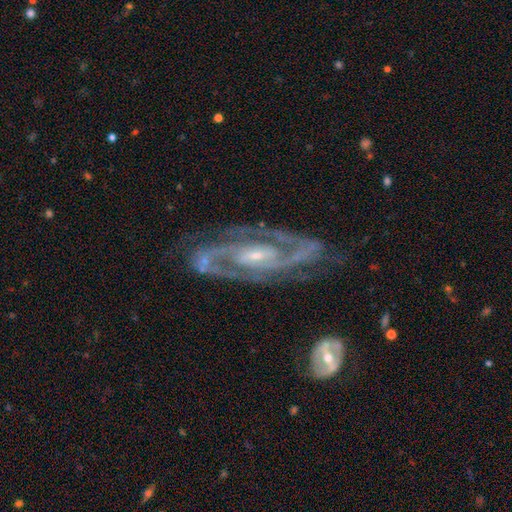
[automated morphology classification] This is clearly a featured or disk galaxy (88%). It is clearly not viewed edge-on (92%). Bar: marginally weak (41%). Spiral arm pattern: clearly yes (96%). Spiral arm count: clearly 2 (85%). Spiral winding: possibly medium (49%). Central bulge: possibly small (50%). Merging: likely none (78%).